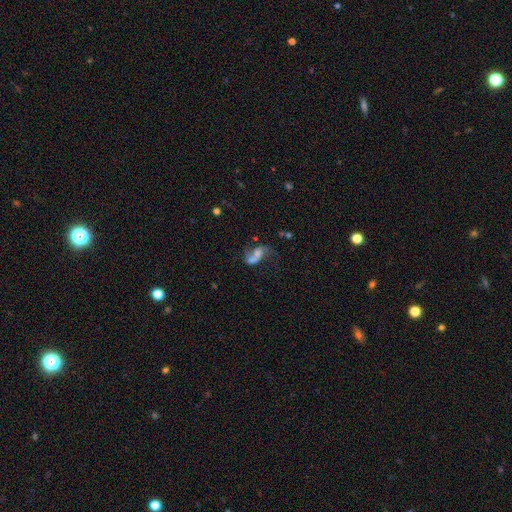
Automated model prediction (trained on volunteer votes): Overall: featured or disk (62%; smooth 26%). Edge-on disk: no (97%). Bar: no (60%; weak 30%). Spiral arms: yes (76%). Bulge size: none (32%; small 29%). Merging: none (32%; merger 29%).